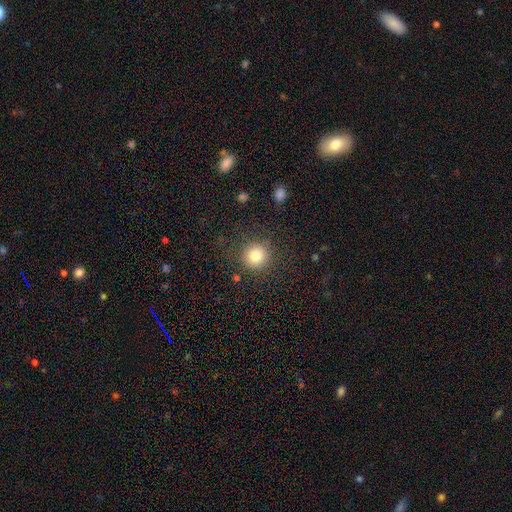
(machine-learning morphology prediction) Smooth or featured? Predicted: smooth (p=0.82). How rounded? Predicted: round (p=0.93). Merging? Predicted: none (p=0.84).